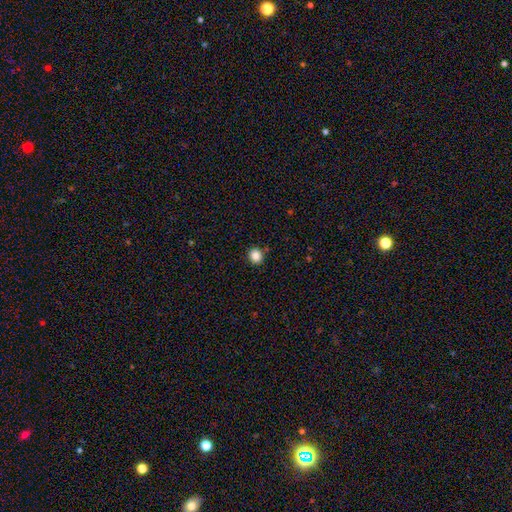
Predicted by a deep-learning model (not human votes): smooth-or-featured: smooth: 86% | star or artifact: 11% | featured or disk: 4%
  how-rounded: round: 79% | in between: 20% | cigar-shaped: 1%
  merging: none: 87% | minor disturbance: 8% | merger: 2% | major disturbance: 2%